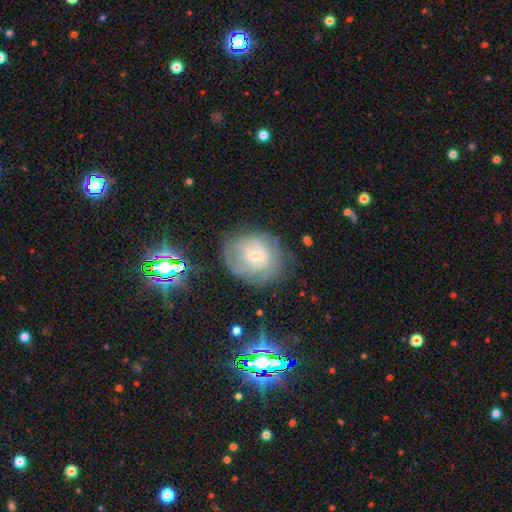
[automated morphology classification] A featured or disk galaxy (66%) with a weak bar (59%), tight (55%) spiral arms (81%) and a small central bulge (51%). Merging: none (63%).